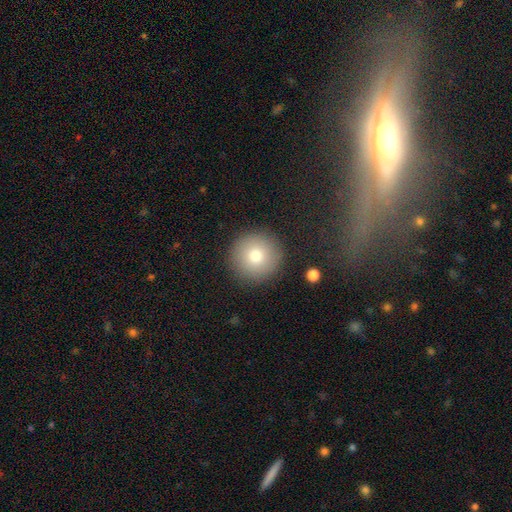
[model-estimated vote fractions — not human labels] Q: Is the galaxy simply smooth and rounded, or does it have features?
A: smooth — 78%.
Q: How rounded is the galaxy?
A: round — 96%.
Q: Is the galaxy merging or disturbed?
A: none — 90%.